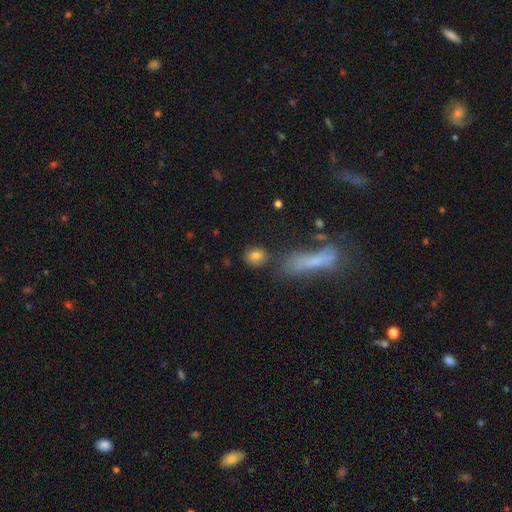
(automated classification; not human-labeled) Smooth or featured? Predicted: smooth (p=0.80). How rounded? Predicted: round (p=0.60). Merging? Predicted: none (p=0.71).